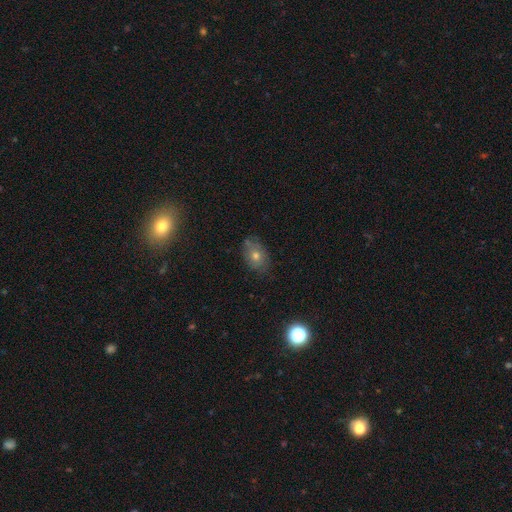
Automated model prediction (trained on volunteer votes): Smooth or featured? Predicted: smooth (p=0.55). How rounded? Predicted: in between (p=0.73). Merging? Predicted: none (p=0.75).